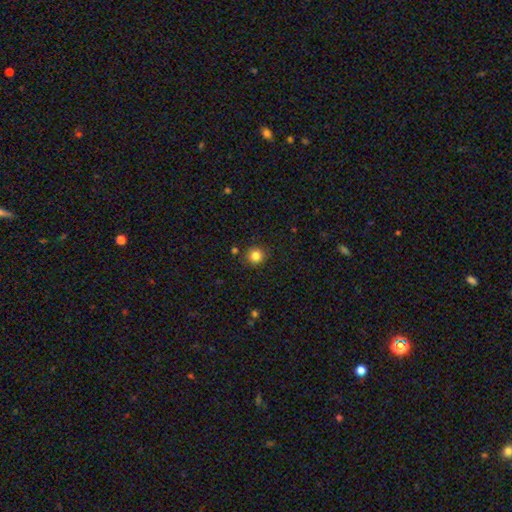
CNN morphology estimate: smooth 83%, star or artifact 12%, featured or disk 5%. Down the decision tree: how rounded — round (92%); merging — none (88%).